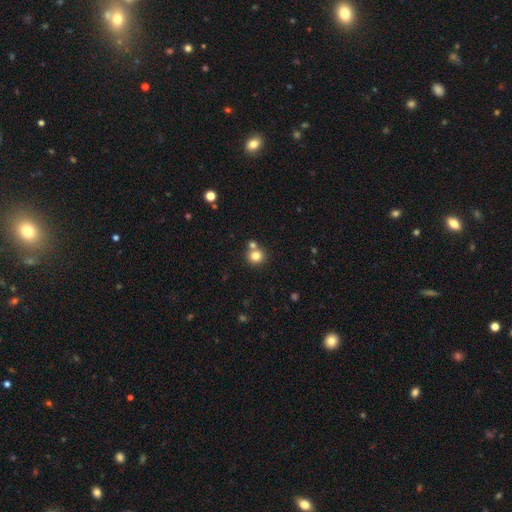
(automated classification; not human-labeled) This is clearly a smooth galaxy (80%). How rounded: clearly round (90%). Merging: likely none (63%).